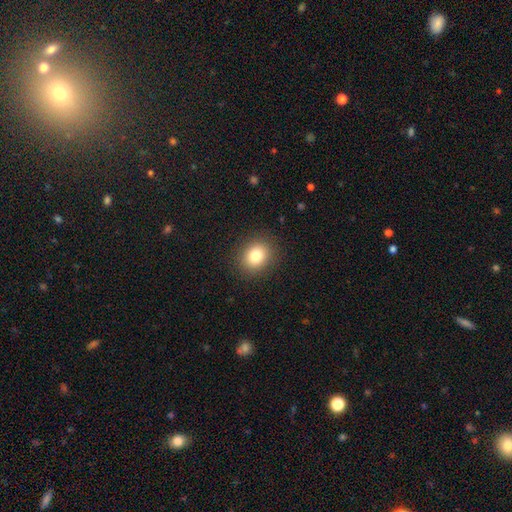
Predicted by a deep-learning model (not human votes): smooth_or_featured: smooth (p=0.81) [alt: star or artifact p=0.11]
how_rounded: round (p=0.66) [alt: in between p=0.34]
merging: none (p=0.89) [alt: minor disturbance p=0.07]